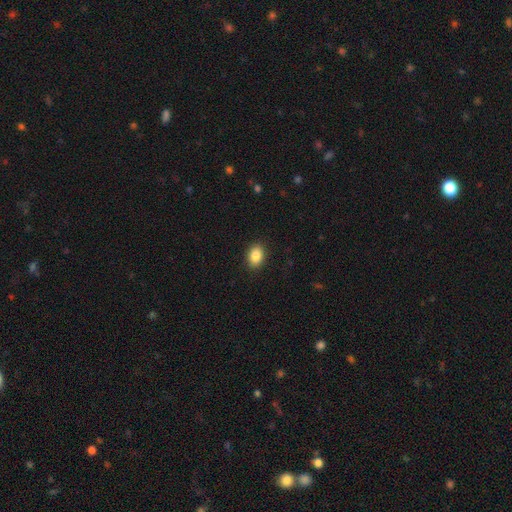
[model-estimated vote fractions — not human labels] This appears to be a smooth galaxy with no disk features (86%) that is in between round and cigar-shaped (77%). Merging: none (90%).